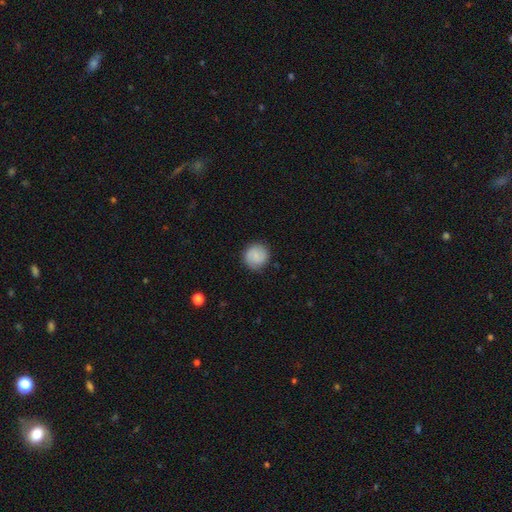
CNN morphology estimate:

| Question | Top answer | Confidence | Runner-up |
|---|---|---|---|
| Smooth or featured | smooth | 77% | featured or disk (16%) |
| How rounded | round | 93% | in between (6%) |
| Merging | none | 88% | minor disturbance (9%) |